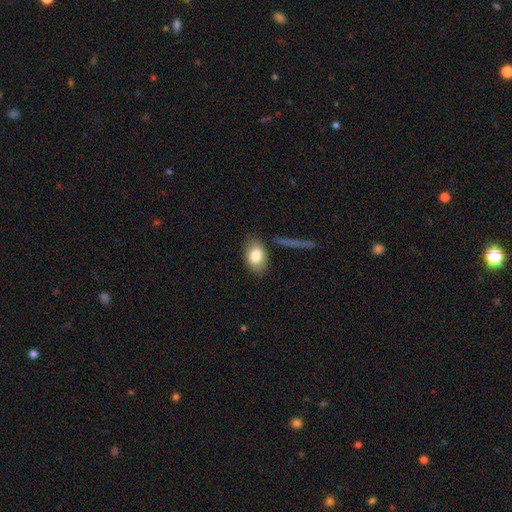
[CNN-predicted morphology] type=smooth (80%); roundness=in between (84%); merging=none (77%).